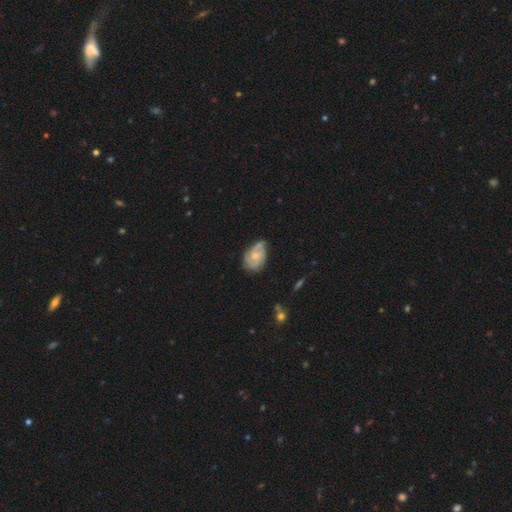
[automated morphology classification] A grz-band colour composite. It shows a featured or disk galaxy (74%) with no bar (63%), 2 (36%) tight (44%) spiral arms (93%) and a small central bulge (57%). Merging: none (55%).